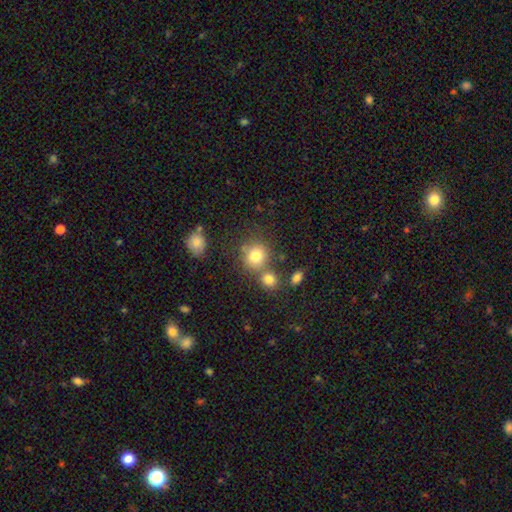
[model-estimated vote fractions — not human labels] A smooth galaxy with no disk features (78%) that is round (84%).

Vote fractions:
- Smooth or featured? smooth: 78% / star or artifact: 13% / featured or disk: 9%
- How rounded? round: 84% / in between: 15% / cigar-shaped: 1%
- Merging? none: 61% / merger: 23% / minor disturbance: 11% / major disturbance: 5%